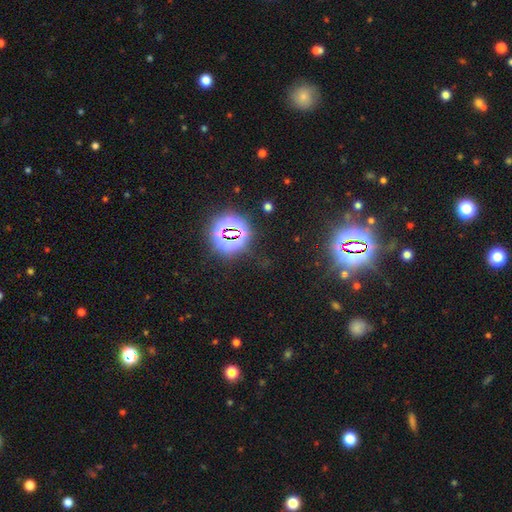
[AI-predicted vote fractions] Overall: star or artifact (83%).